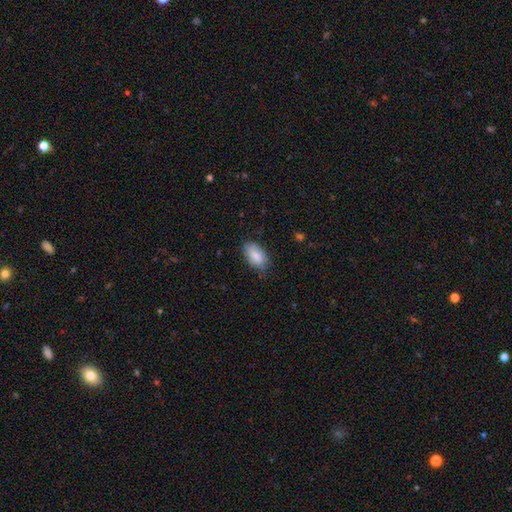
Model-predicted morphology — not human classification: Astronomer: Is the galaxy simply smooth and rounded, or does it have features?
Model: smooth — 80%.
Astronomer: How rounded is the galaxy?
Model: in between — 93%.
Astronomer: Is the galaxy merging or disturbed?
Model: none — 70%.